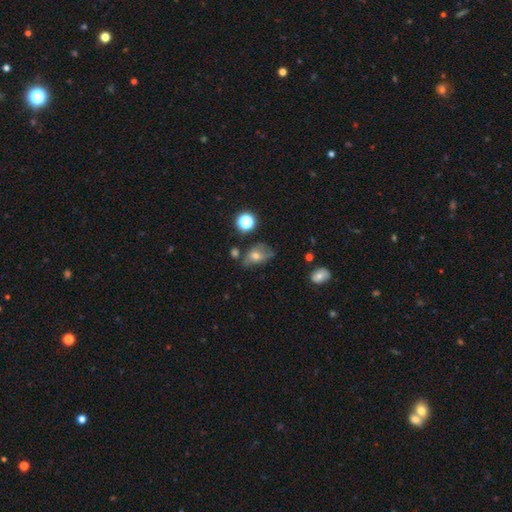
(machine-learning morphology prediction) smooth-or-featured: smooth: 50% | featured or disk: 34% | star or artifact: 16%
  how-rounded: in between: 77% | round: 20% | cigar-shaped: 3%
  merging: none: 45% | minor disturbance: 31% | major disturbance: 17% | merger: 7%